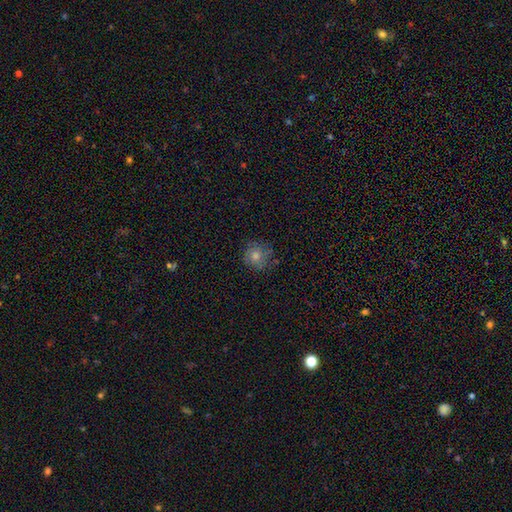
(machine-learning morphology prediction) type=smooth (62%); roundness=round (91%); merging=none (80%).